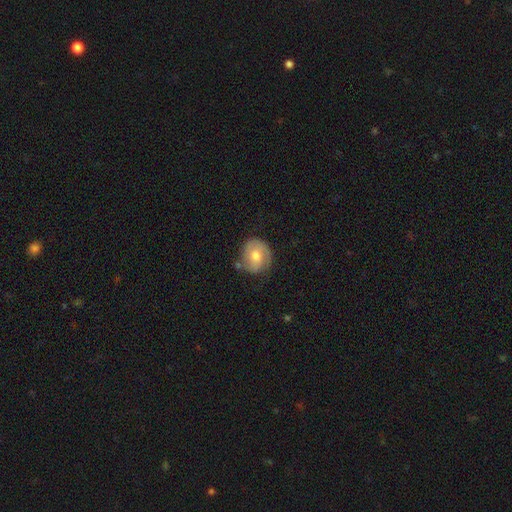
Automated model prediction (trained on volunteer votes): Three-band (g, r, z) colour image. It shows a featured or disk galaxy (51%). Merging: none (66%).